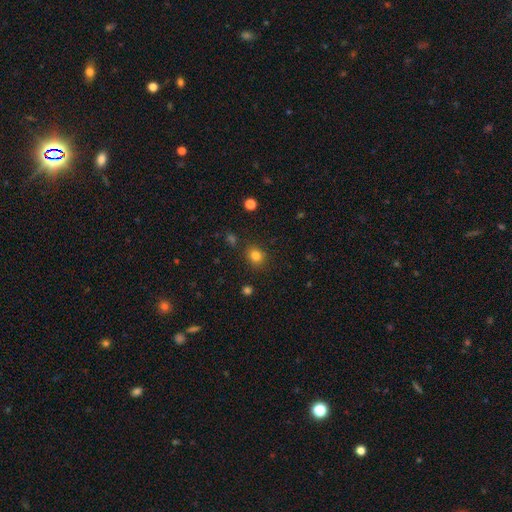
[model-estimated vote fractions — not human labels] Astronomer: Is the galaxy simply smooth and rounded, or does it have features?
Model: smooth — 82%.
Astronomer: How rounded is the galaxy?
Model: round — 72%.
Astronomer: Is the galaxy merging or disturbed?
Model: none — 84%.